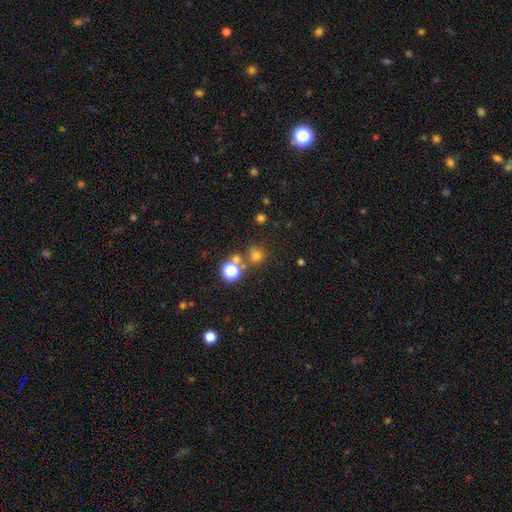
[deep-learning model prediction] Smooth or featured: smooth — 58% (star or artifact — 33%)
How rounded: round — 86% (in between — 13%)
Merging: none — 70% (merger — 17%)